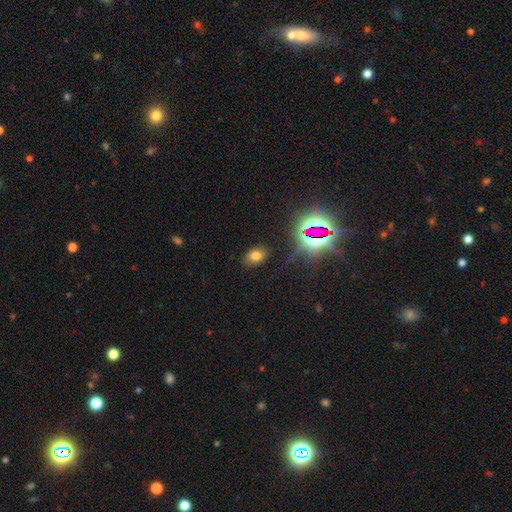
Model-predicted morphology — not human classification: Q: Smooth or featured?
A: smooth (68%); runner-up: star or artifact (23%)
Q: How rounded?
A: in between (77%); runner-up: round (21%)
Q: Merging?
A: none (83%); runner-up: minor disturbance (11%)